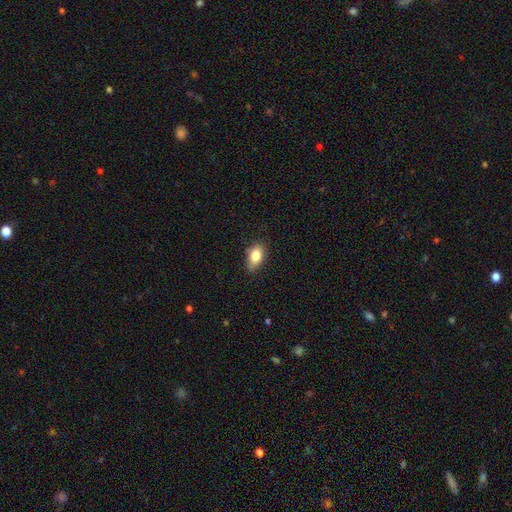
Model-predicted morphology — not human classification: smooth-or-featured: smooth: 83% | featured or disk: 9% | star or artifact: 8%
  how-rounded: in between: 89% | round: 8% | cigar-shaped: 3%
  merging: none: 74% | minor disturbance: 21% | major disturbance: 3% | merger: 1%